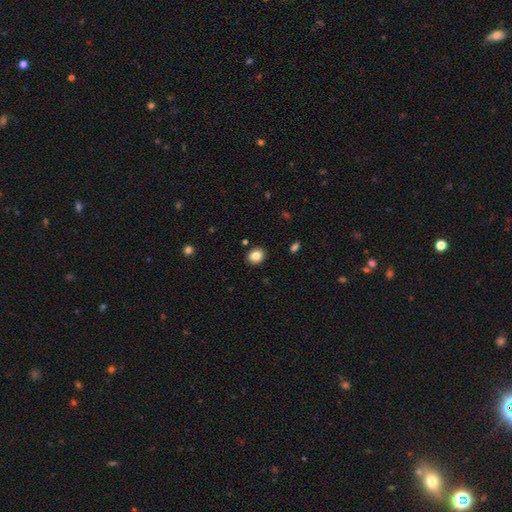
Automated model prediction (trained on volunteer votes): Smooth or featured? Predicted: smooth (p=0.85). How rounded? Predicted: round (p=0.63). Merging? Predicted: none (p=0.89).